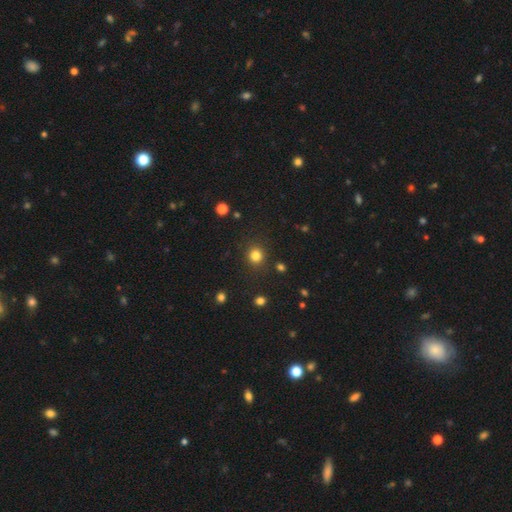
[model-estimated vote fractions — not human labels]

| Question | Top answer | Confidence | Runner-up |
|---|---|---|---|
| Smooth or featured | smooth | 81% | star or artifact (14%) |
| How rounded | round | 89% | in between (10%) |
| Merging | none | 88% | minor disturbance (7%) |